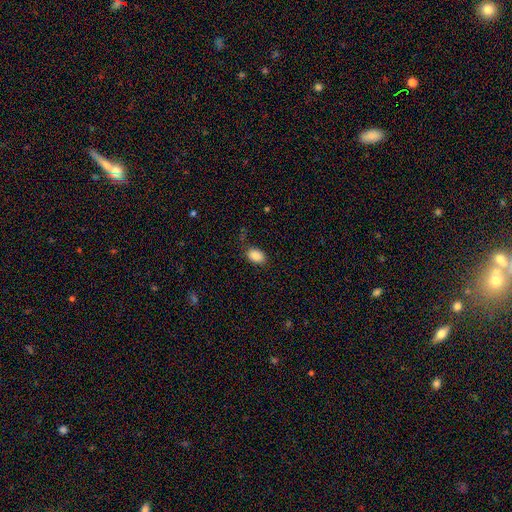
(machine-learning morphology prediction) Smooth or featured? smooth (88%)
How rounded? in between (87%)
Merging? none (79%)